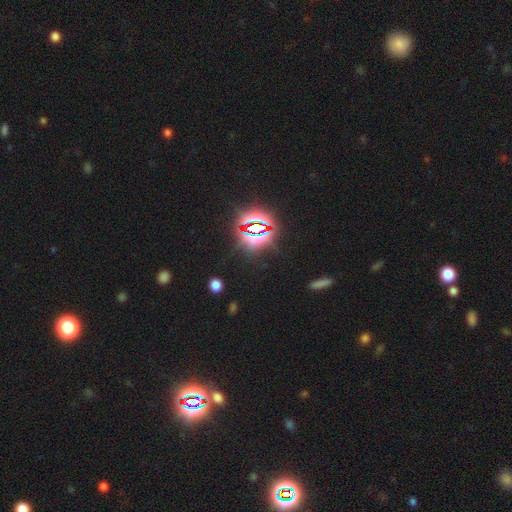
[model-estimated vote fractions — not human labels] Smooth or featured?
  - star or artifact: 82% *
  - smooth: 11%
  - featured or disk: 6%